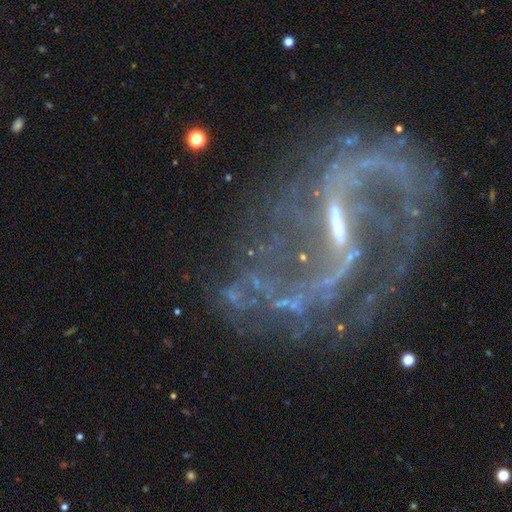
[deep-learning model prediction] Smooth or featured? Predicted: featured or disk (p=0.90). Edge-on disk? Predicted: no (p=0.98). Bar? Predicted: weak (p=0.51). Spiral arms? Predicted: yes (p=0.96). Spiral winding? Predicted: loose (p=0.59). Spiral arm count? Predicted: 2 (p=0.84). Bulge size? Predicted: small (p=0.58). Merging? Predicted: none (p=0.58).